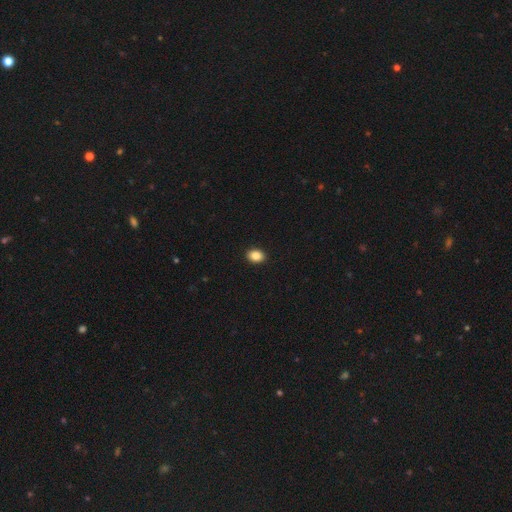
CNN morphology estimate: A smooth galaxy with no disk features (88%) that is in between round and cigar-shaped (63%).

Vote fractions:
- Smooth or featured? smooth: 88% / star or artifact: 9% / featured or disk: 4%
- How rounded? in between: 63% / round: 36% / cigar-shaped: 1%
- Merging? none: 92% / minor disturbance: 6% / major disturbance: 2% / merger: 1%